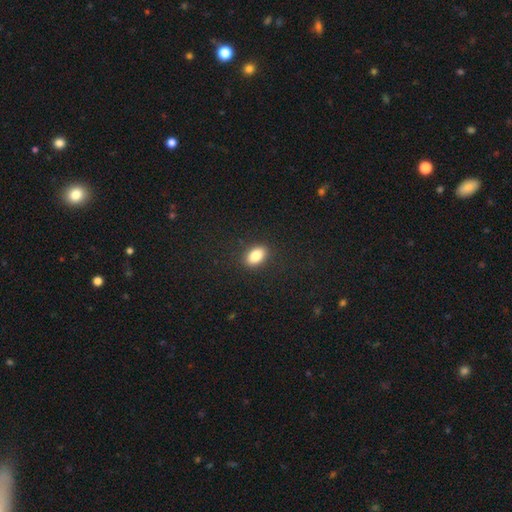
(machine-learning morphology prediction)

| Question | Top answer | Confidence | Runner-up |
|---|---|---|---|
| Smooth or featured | smooth | 85% | star or artifact (9%) |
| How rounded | in between | 87% | round (11%) |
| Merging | none | 88% | minor disturbance (8%) |